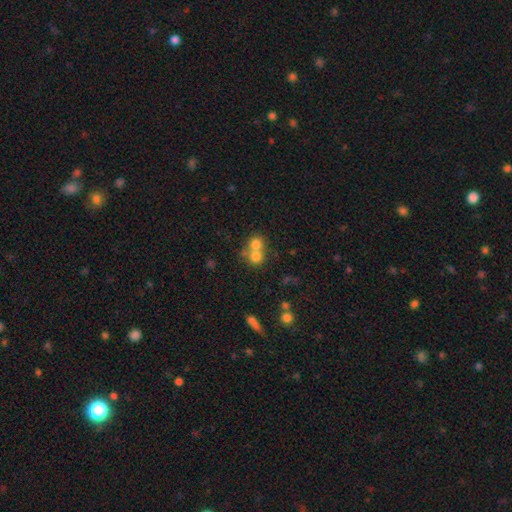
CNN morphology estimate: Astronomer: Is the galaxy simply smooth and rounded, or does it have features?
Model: smooth — 72%.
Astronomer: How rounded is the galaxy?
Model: round — 85%.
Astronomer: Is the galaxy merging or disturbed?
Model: merger — 57% (runner-up: none, 36%).